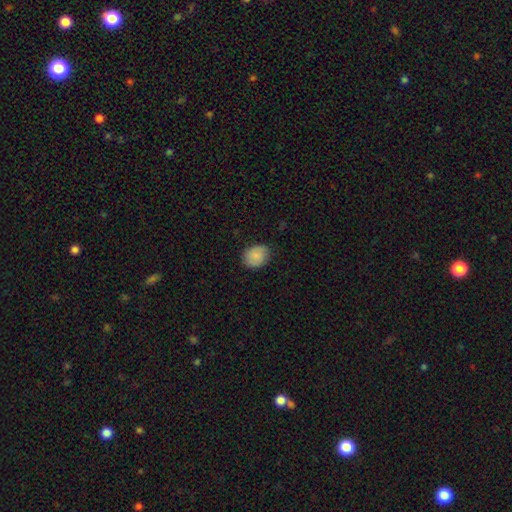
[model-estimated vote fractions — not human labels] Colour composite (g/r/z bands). It shows a smooth galaxy with no disk features (84%) that is in between round and cigar-shaped (56%). Merging: none (77%).